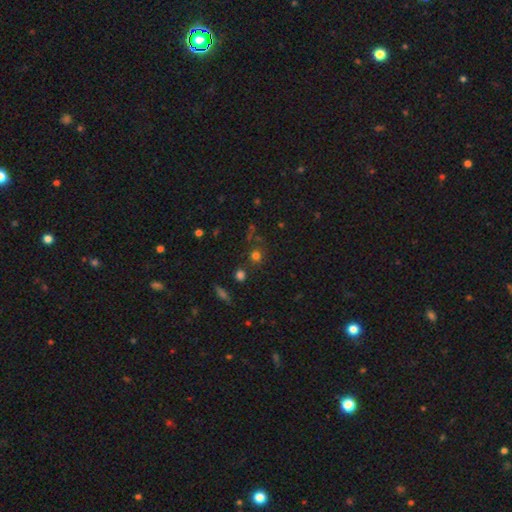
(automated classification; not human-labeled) smooth_or_featured: smooth (p=0.69) [alt: star or artifact p=0.23]
how_rounded: round (p=0.86) [alt: in between p=0.12]
merging: none (p=0.75) [alt: minor disturbance p=0.11]